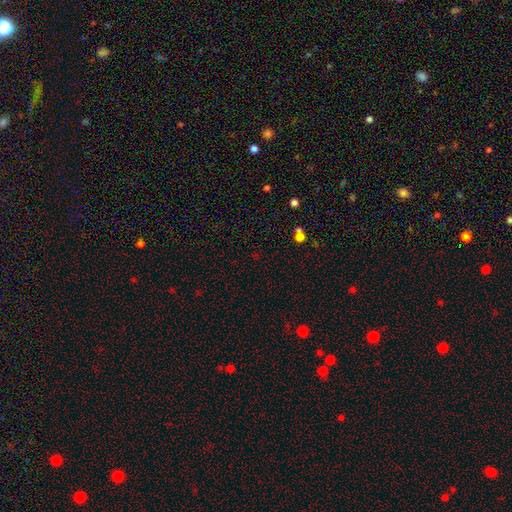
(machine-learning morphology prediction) This appears to be a star or artifact, not a galaxy (59%).